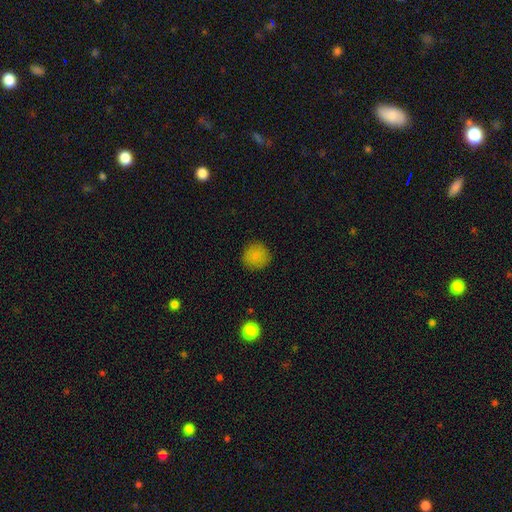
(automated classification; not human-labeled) smooth_or_featured: smooth (p=0.85) [alt: star or artifact p=0.10]
how_rounded: round (p=0.93) [alt: in between p=0.06]
merging: none (p=0.88) [alt: minor disturbance p=0.08]